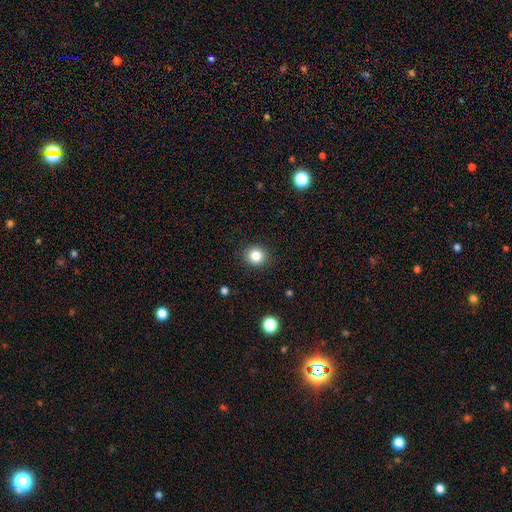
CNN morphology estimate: Smooth or featured?
  - smooth: 83% *
  - star or artifact: 11%
  - featured or disk: 5%
How rounded?
  - round: 85% *
  - in between: 14%
  - cigar-shaped: 1%
Merging?
  - none: 90% *
  - minor disturbance: 7%
  - major disturbance: 2%
  - merger: 1%